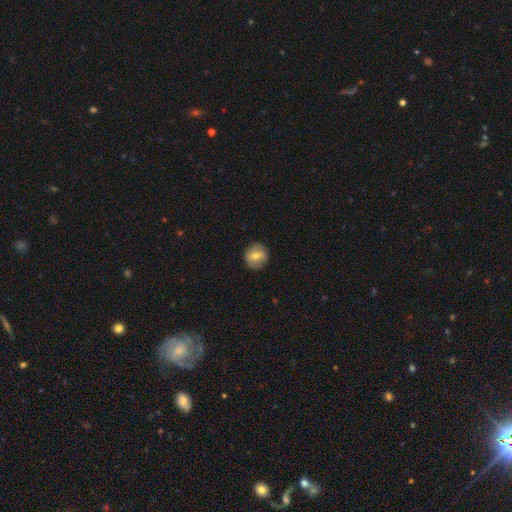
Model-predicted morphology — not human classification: A smooth galaxy with no disk features (64%) that is round (89%). Merging: none (89%).